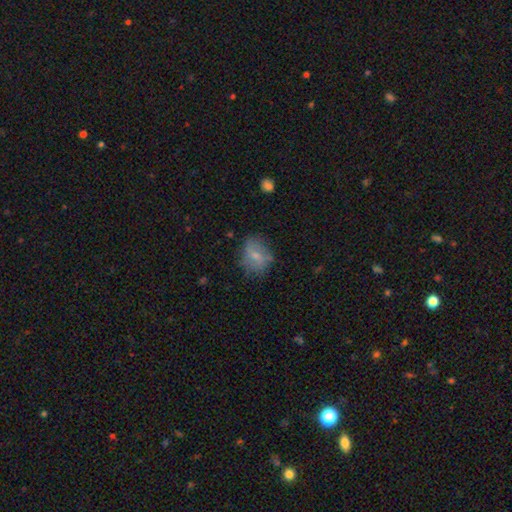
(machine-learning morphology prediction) This appears to be a smooth galaxy with no disk features (63%) that is in between round and cigar-shaped (51%). Merging: none (66%).